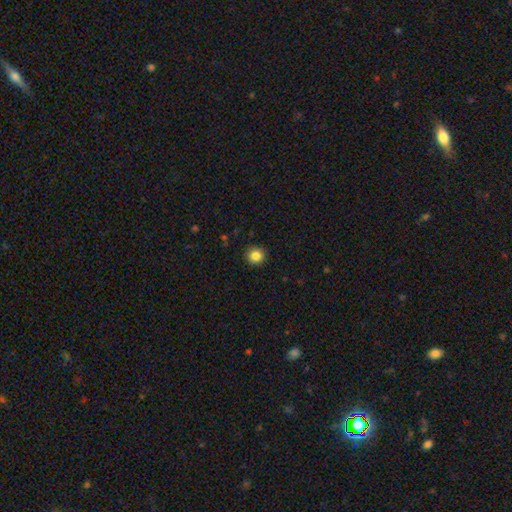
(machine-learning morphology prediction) Smooth or featured: smooth — 85% (star or artifact — 10%)
How rounded: round — 92% (in between — 7%)
Merging: none — 91% (minor disturbance — 6%)